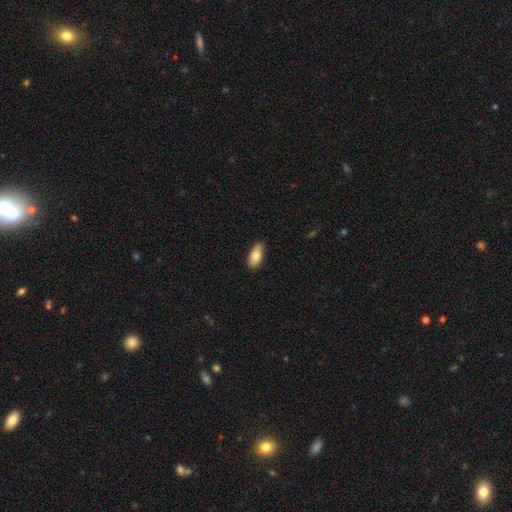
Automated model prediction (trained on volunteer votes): Smooth or featured? Predicted: smooth (p=0.81). How rounded? Predicted: in between (p=0.90). Merging? Predicted: none (p=0.82).